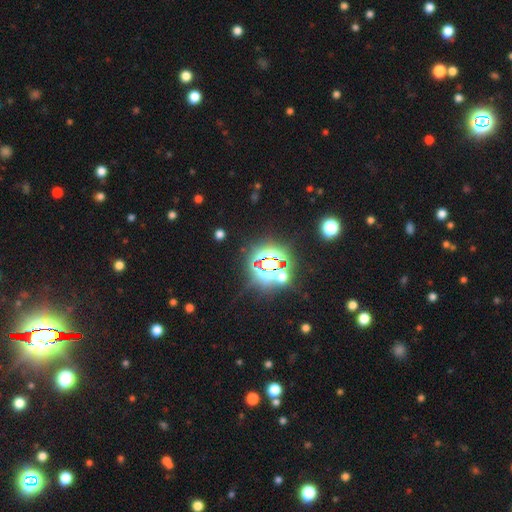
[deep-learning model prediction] This appears to be a star or artifact, not a galaxy (84%).